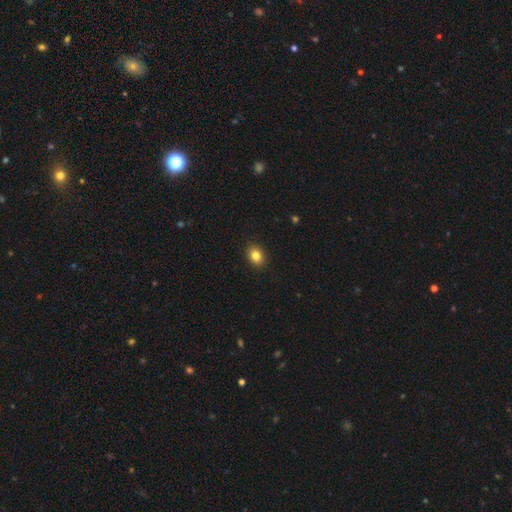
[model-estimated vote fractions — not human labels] Morphology: type=smooth (84%); roundness=in between (61%); merging=none (90%).